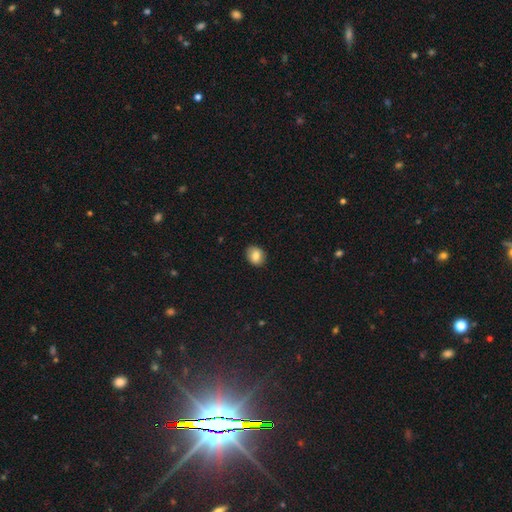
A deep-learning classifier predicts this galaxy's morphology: This appears to be a smooth galaxy with no disk features (83%) that is round (54%). Merging: none (88%).